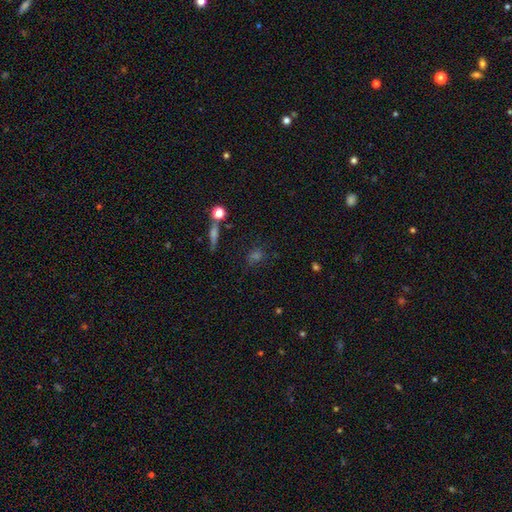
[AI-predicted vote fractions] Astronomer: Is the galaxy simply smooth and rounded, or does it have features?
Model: smooth — 52% (runner-up: star or artifact, 32%).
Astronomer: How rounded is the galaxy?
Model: round — 57% (runner-up: in between, 34%).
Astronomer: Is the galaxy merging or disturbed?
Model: none — 76%.